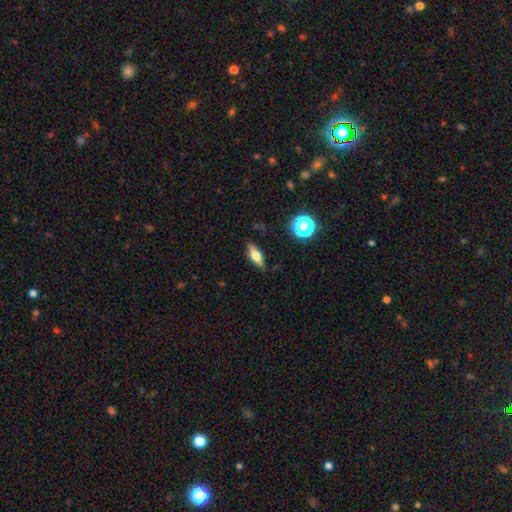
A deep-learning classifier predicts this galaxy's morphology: smooth_or_featured: smooth (p=0.54) [alt: featured or disk p=0.37]
how_rounded: in between (p=0.54) [alt: cigar-shaped p=0.39]
merging: none (p=0.85) [alt: minor disturbance p=0.11]